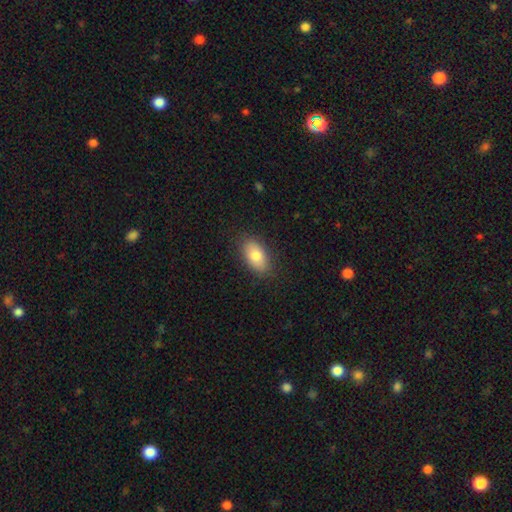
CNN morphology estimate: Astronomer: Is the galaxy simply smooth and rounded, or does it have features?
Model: smooth — 78%.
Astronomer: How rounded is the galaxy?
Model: in between — 92%.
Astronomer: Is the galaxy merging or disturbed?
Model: none — 85%.